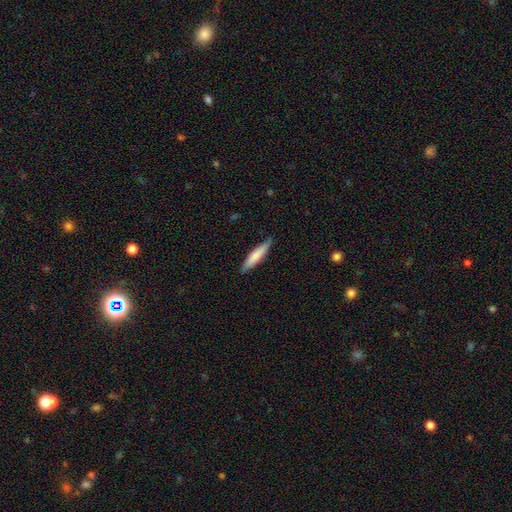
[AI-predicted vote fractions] smooth_or_featured: smooth (p=0.75) [alt: featured or disk p=0.20]
how_rounded: cigar-shaped (p=0.86) [alt: in between p=0.13]
merging: none (p=0.84) [alt: minor disturbance p=0.13]